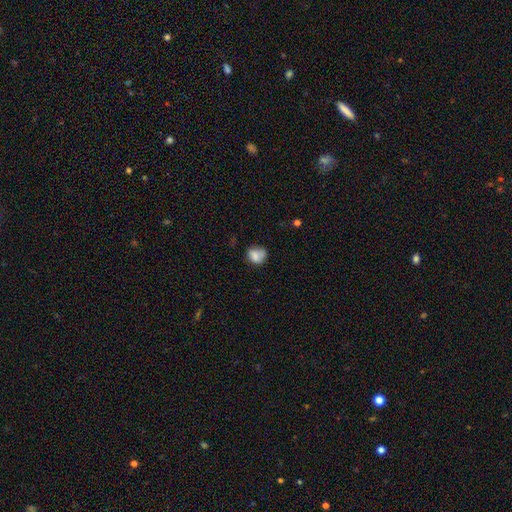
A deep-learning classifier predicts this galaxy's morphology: This is likely a smooth galaxy (74%). How rounded: likely round (61%). Merging: possibly none (50%).